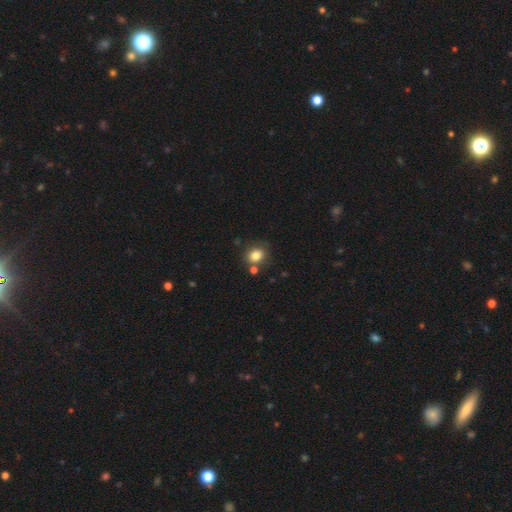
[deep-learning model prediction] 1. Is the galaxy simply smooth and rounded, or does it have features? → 83% smooth, 11% star or artifact, 7% featured or disk.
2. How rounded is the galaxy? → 63% round, 36% in between, 1% cigar-shaped.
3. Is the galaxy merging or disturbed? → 72% none, 13% minor disturbance, 11% merger, 4% major disturbance.